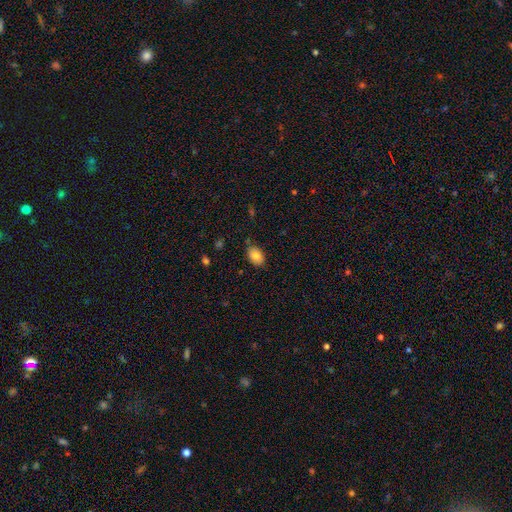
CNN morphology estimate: Smooth or featured: smooth — 82% (featured or disk — 10%)
How rounded: in between — 83% (round — 16%)
Merging: none — 79% (minor disturbance — 16%)